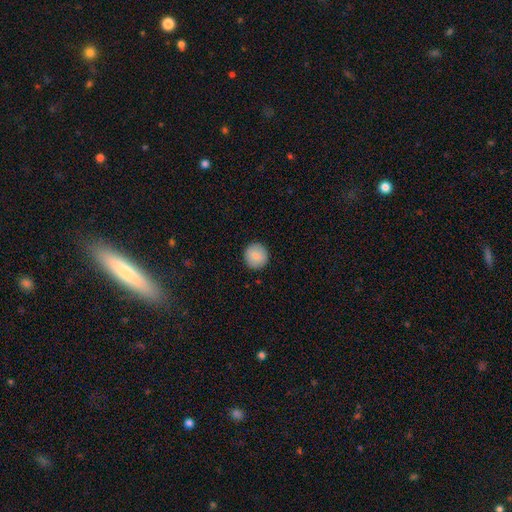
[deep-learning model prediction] This is clearly a smooth galaxy (87%). How rounded: clearly round (94%). Merging: clearly none (92%).